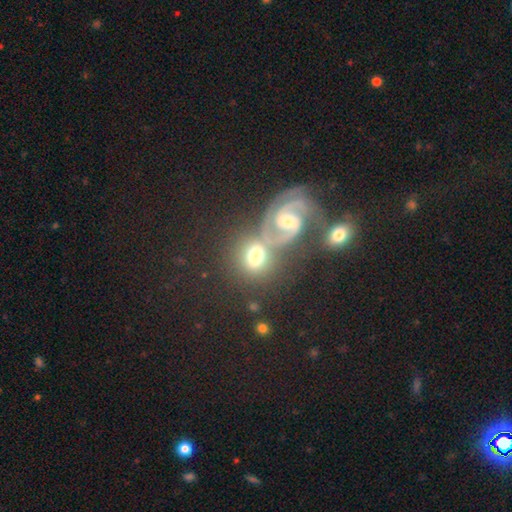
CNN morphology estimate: The model was most divided on "smooth or featured": smooth: 47%, featured or disk: 43%, star or artifact: 10%. Remaining: merging — merger (45%).